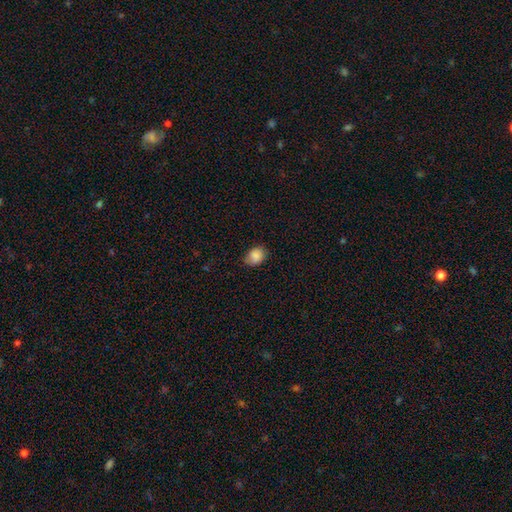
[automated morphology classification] Smooth or featured? smooth (86%)
How rounded? in between (56%)
Merging? none (74%)